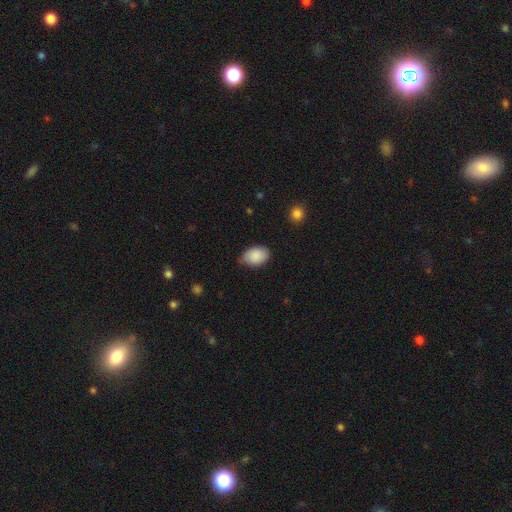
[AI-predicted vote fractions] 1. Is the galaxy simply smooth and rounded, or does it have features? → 88% smooth, 7% star or artifact, 5% featured or disk.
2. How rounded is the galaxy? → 86% in between, 13% round, 1% cigar-shaped.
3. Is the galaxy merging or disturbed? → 71% none, 24% minor disturbance, 4% major disturbance, 1% merger.